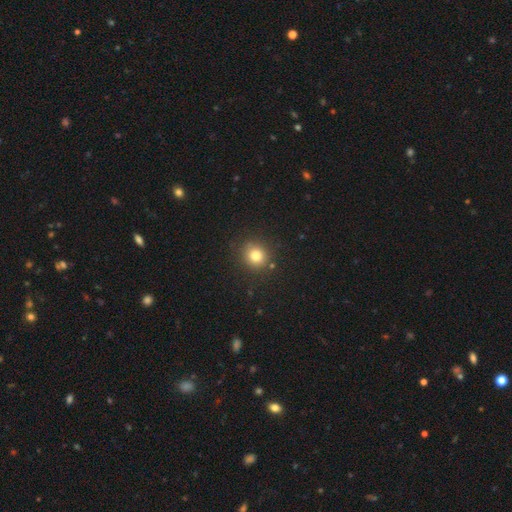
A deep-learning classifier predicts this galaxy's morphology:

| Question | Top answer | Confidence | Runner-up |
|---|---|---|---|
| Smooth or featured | smooth | 80% | star or artifact (13%) |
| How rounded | round | 86% | in between (13%) |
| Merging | none | 86% | minor disturbance (8%) |